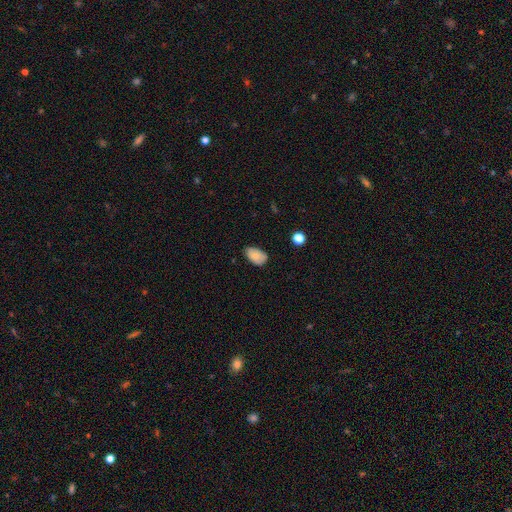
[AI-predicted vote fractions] Overall: smooth (78%). How rounded: in between (91%). Merging: none (70%).